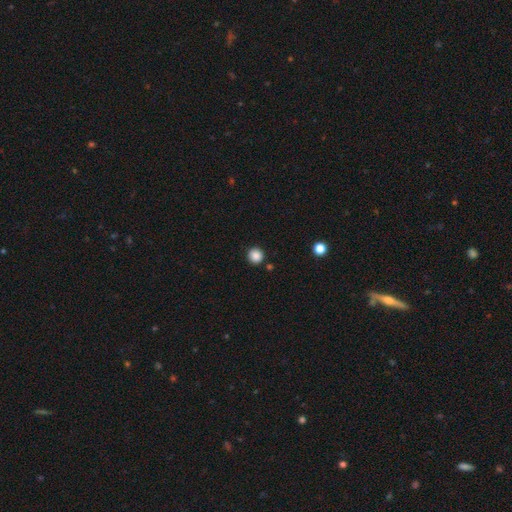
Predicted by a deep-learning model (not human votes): smooth_or_featured: smooth (p=0.87) [alt: star or artifact p=0.10]
how_rounded: round (p=0.95) [alt: in between p=0.04]
merging: none (p=0.90) [alt: minor disturbance p=0.06]